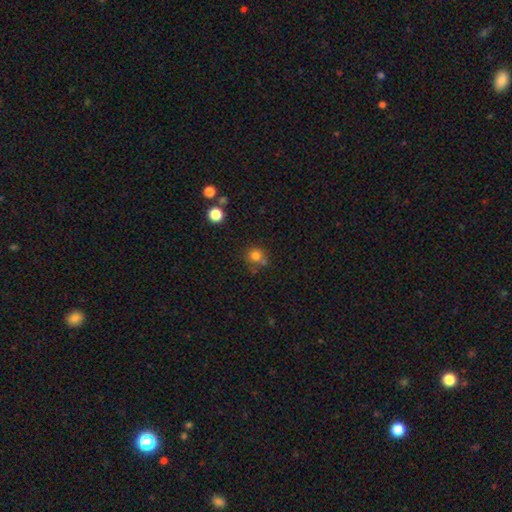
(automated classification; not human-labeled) Q: Smooth or featured?
A: smooth (77%); runner-up: star or artifact (14%)
Q: How rounded?
A: round (87%); runner-up: in between (13%)
Q: Merging?
A: none (60%); runner-up: merger (21%)